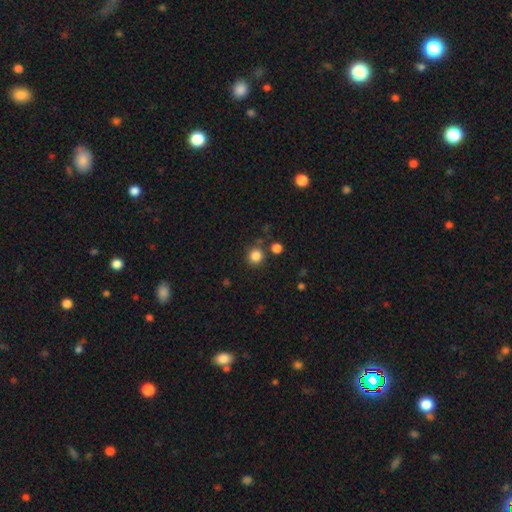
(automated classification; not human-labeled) Smooth or featured? Predicted: smooth (p=0.84). How rounded? Predicted: round (p=0.92). Merging? Predicted: none (p=0.82).